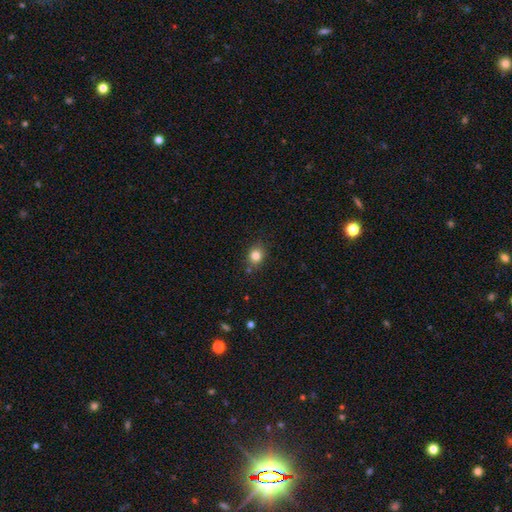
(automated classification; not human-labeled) This appears to be a smooth galaxy with no disk features (82%) that is round (64%). Merging: none (82%).